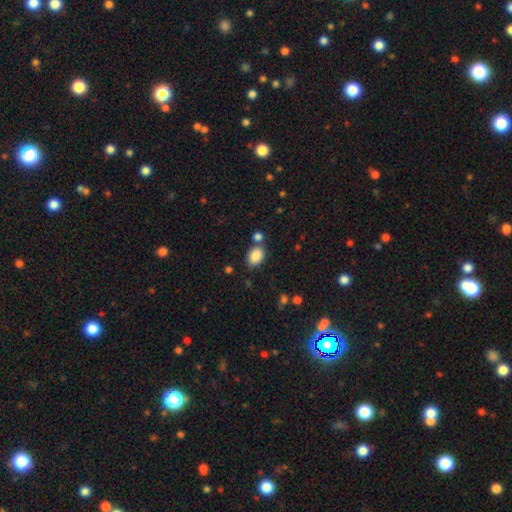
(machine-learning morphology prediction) This appears to be a smooth galaxy with no disk features (86%) that is in between round and cigar-shaped (78%). Merging: none (66%).